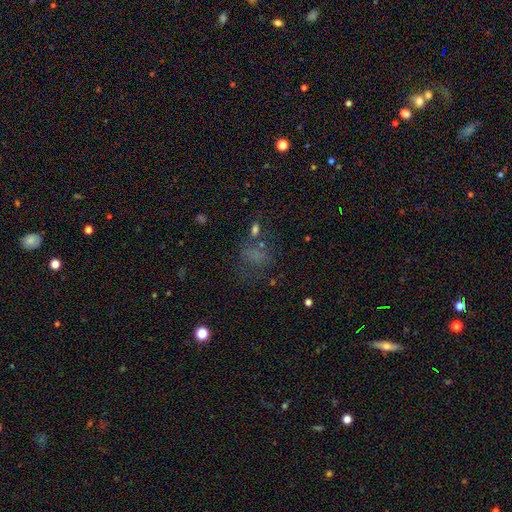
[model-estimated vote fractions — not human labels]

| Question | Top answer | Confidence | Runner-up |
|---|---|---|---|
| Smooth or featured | smooth | 52% | star or artifact (29%) |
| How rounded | in between | 55% | round (42%) |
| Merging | none | 46% | major disturbance (25%) |